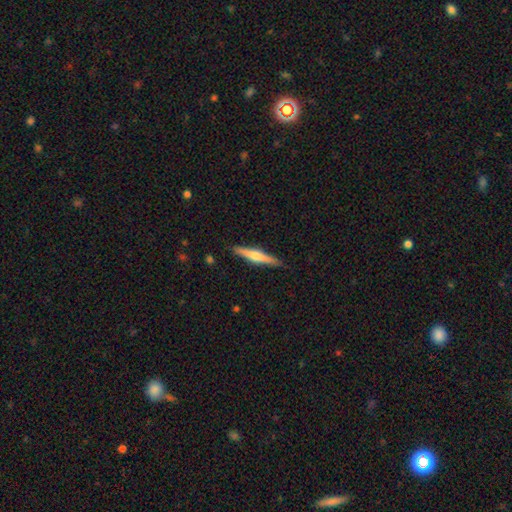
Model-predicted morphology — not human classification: Smooth or featured?
  - featured or disk: 53% *
  - smooth: 42%
  - star or artifact: 5%
Edge-on disk?
  - yes: 97% *
  - no: 3%
Edge-on bulge?
  - rounded: 77% *
  - none: 12%
  - boxy: 11%
Merging?
  - none: 90% *
  - minor disturbance: 8%
  - major disturbance: 2%
  - merger: 1%